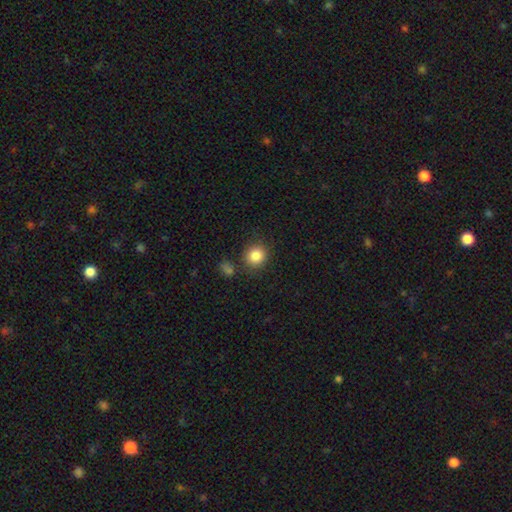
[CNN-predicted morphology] This appears to be a smooth galaxy with no disk features (85%) that is round (86%). Merging: none (81%).